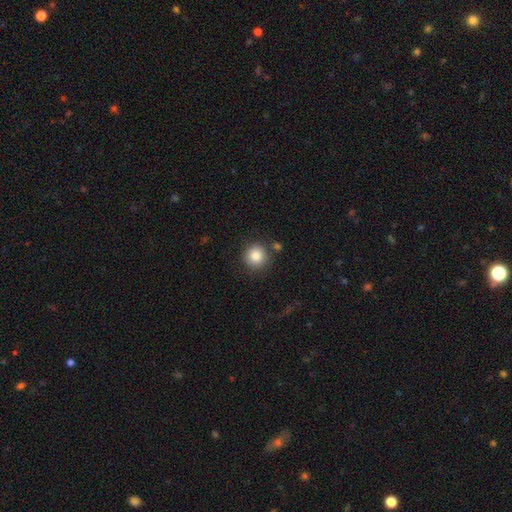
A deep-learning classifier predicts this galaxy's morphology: Q: Smooth or featured?
A: smooth (85%); runner-up: star or artifact (9%)
Q: How rounded?
A: round (93%); runner-up: in between (6%)
Q: Merging?
A: none (84%); runner-up: minor disturbance (8%)